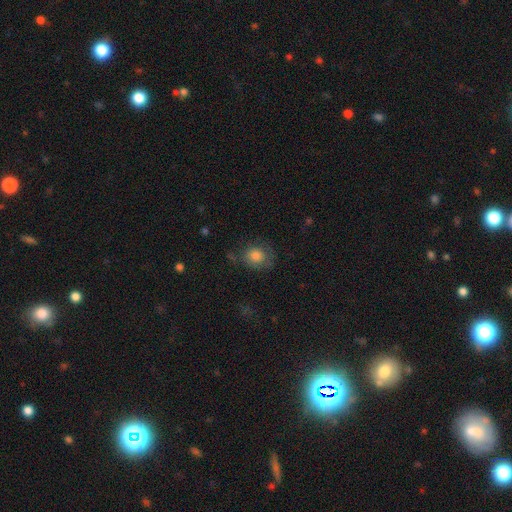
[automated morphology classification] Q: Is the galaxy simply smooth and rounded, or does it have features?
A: smooth — 79%.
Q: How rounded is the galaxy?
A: round — 63%.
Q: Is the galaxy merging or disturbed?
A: none — 59%.